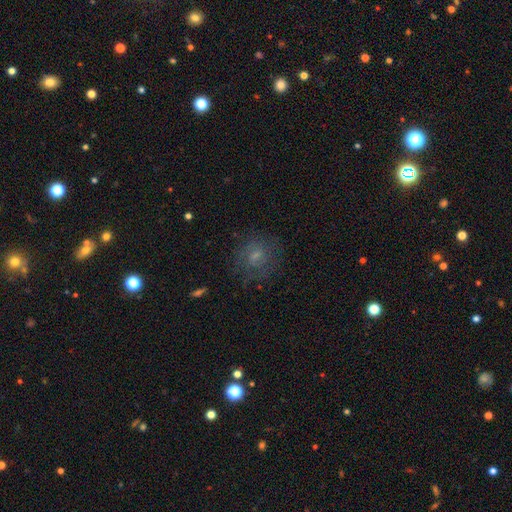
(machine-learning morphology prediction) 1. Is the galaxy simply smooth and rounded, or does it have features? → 44% featured or disk, 42% smooth, 14% star or artifact.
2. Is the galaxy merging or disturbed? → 69% none, 17% minor disturbance, 13% major disturbance, 2% merger.